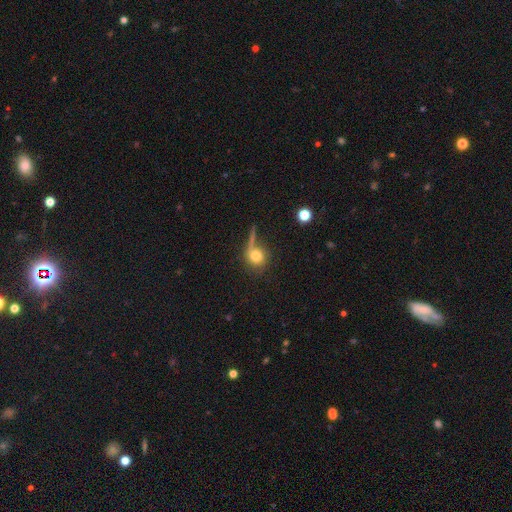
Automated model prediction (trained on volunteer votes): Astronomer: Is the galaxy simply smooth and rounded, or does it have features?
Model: smooth — 72%.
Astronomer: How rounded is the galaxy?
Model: round — 82%.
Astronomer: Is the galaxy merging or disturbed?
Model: none — 47% (runner-up: major disturbance, 23%).